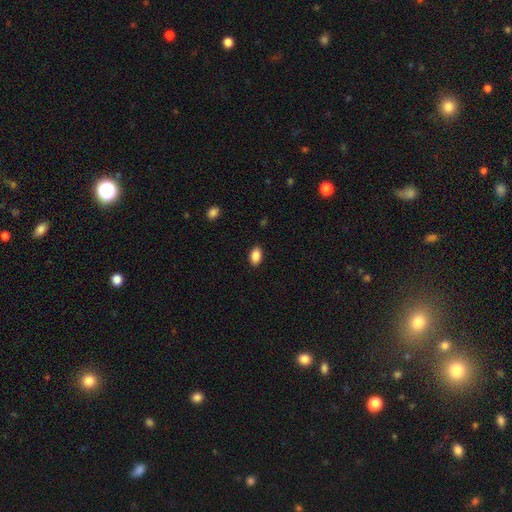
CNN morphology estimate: type=smooth (88%); roundness=in between (89%); merging=none (89%).